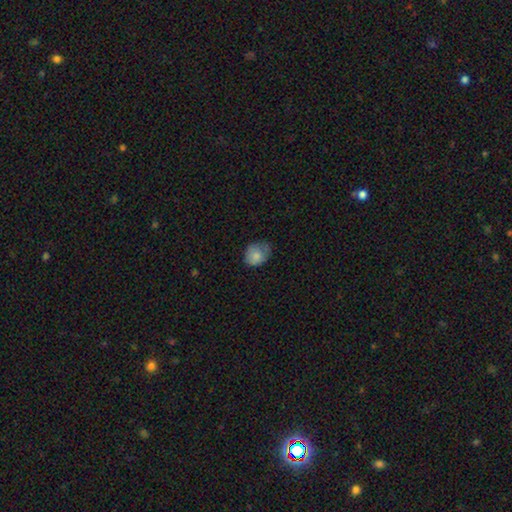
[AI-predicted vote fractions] The model was most divided on "how rounded" (2-way tie): in between: 50%, round: 50%, cigar-shaped: 1%. Remaining: smooth or featured — smooth (78%); merging — none (45%).